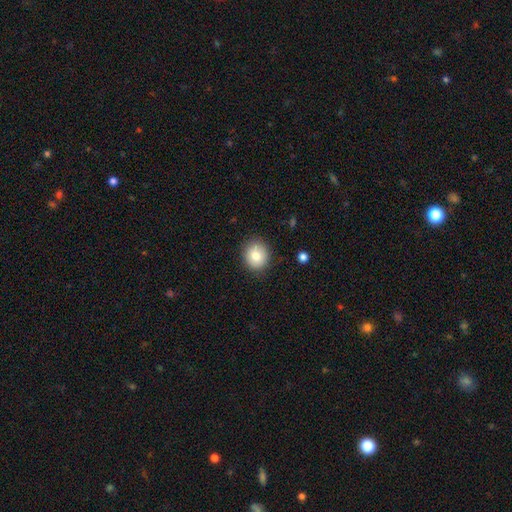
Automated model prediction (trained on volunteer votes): Smooth or featured?
  - smooth: 82% *
  - featured or disk: 9%
  - star or artifact: 9%
How rounded?
  - round: 74% *
  - in between: 25%
  - cigar-shaped: 1%
Merging?
  - none: 87% *
  - minor disturbance: 9%
  - major disturbance: 2%
  - merger: 1%